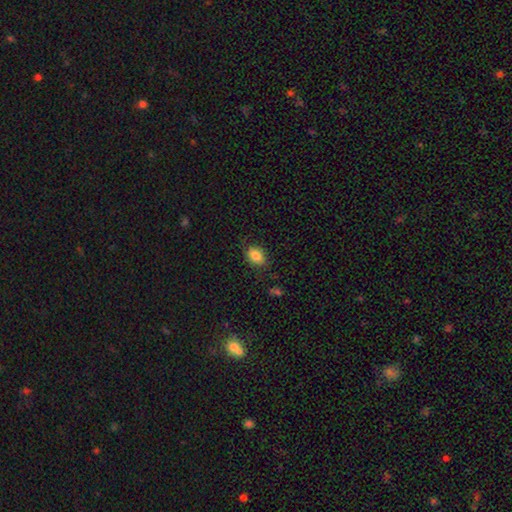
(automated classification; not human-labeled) Q: Smooth or featured?
A: smooth (84%); runner-up: star or artifact (9%)
Q: How rounded?
A: in between (79%); runner-up: round (19%)
Q: Merging?
A: none (75%); runner-up: minor disturbance (18%)